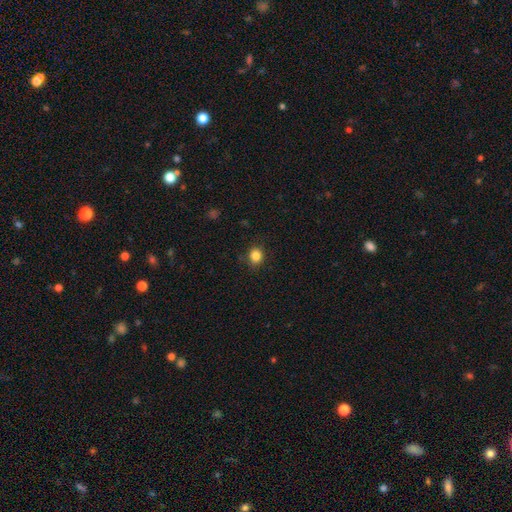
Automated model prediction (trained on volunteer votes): A smooth galaxy with no disk features (85%) that is round (72%). Merging: none (86%).